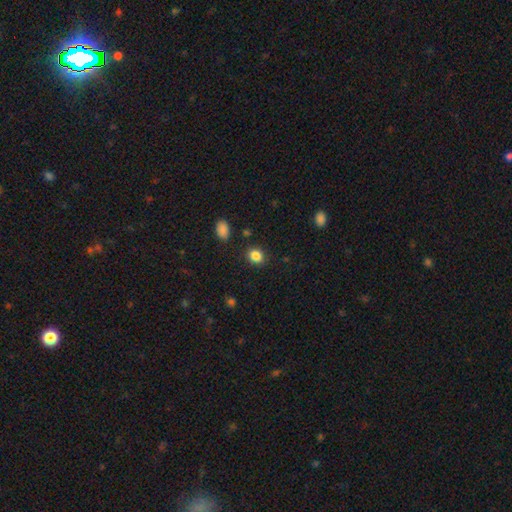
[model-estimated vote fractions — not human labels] Smooth or featured? smooth (86%)
How rounded? round (53%)
Merging? none (86%)